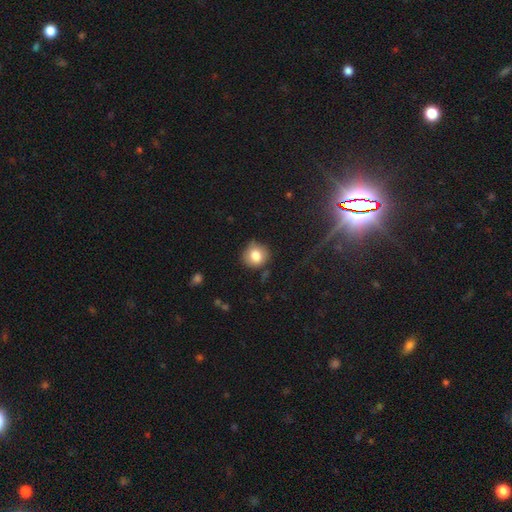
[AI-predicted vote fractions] A smooth galaxy with no disk features (81%) that is round (89%).

Vote fractions:
- Smooth or featured? smooth: 81% / star or artifact: 10% / featured or disk: 9%
- How rounded? round: 89% / in between: 10% / cigar-shaped: 1%
- Merging? none: 80% / minor disturbance: 15% / major disturbance: 3% / merger: 2%